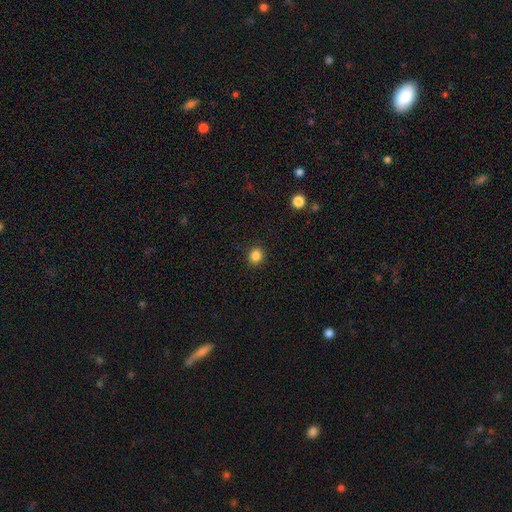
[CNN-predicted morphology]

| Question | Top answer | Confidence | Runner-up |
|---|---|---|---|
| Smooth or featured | smooth | 85% | star or artifact (11%) |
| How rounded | round | 81% | in between (18%) |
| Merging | none | 92% | minor disturbance (6%) |